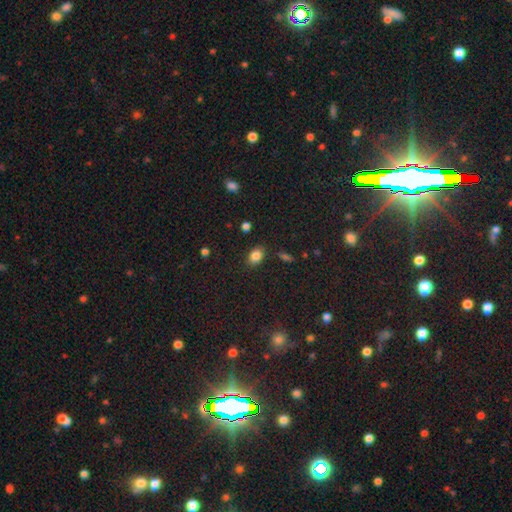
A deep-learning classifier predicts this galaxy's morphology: type=smooth (84%); roundness=in between (76%); merging=none (84%).